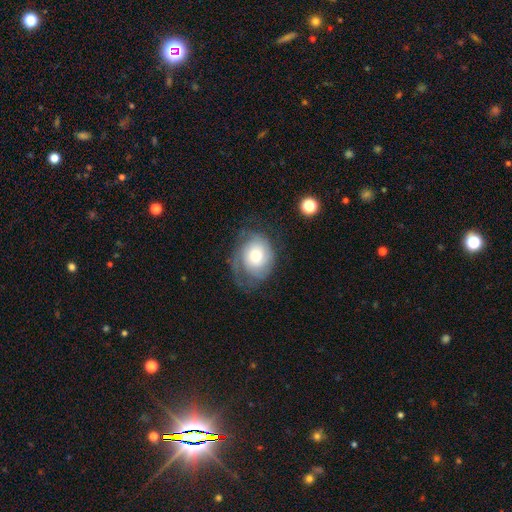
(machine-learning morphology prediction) Smooth or featured? featured or disk (57%)
Edge-on disk? no (97%)
Bar? no (81%)
Spiral arms? yes (83%)
Bulge size? moderate (57%)
Merging? none (56%)